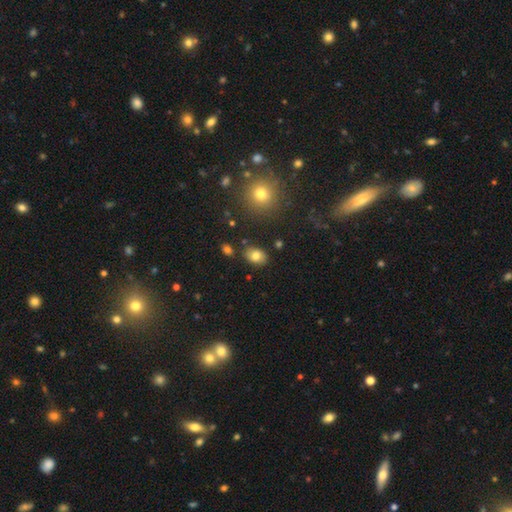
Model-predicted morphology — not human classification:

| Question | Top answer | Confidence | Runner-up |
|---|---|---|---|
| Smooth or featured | smooth | 81% | featured or disk (10%) |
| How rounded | in between | 80% | round (19%) |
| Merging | none | 84% | minor disturbance (11%) |